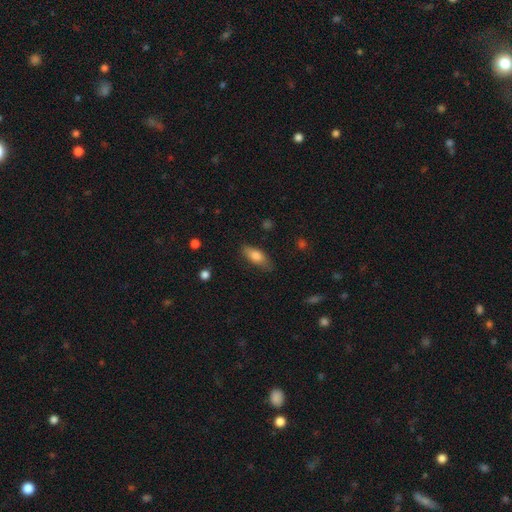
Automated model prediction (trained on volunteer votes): Q: Smooth or featured?
A: smooth (77%); runner-up: featured or disk (16%)
Q: How rounded?
A: in between (74%); runner-up: cigar-shaped (23%)
Q: Merging?
A: none (78%); runner-up: minor disturbance (17%)